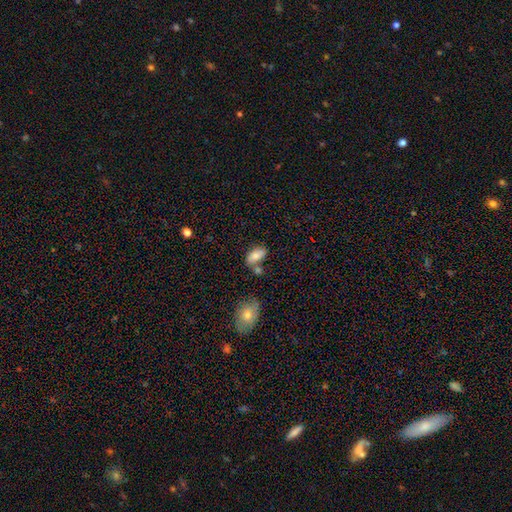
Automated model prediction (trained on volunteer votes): Overall: smooth (80%). How rounded: in between (91%). Merging: none (52%; merger 23%).